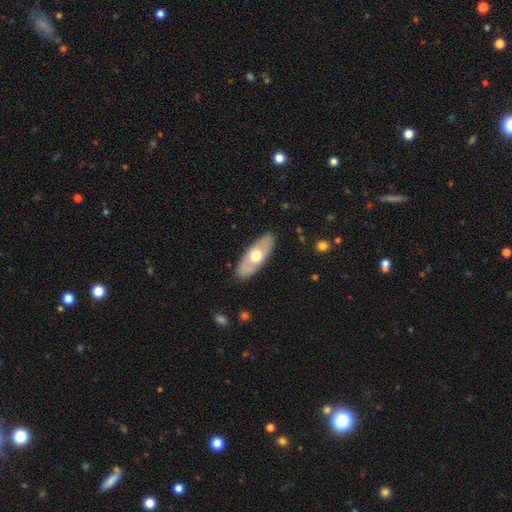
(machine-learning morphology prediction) smooth_or_featured: smooth (p=0.49) [alt: featured or disk p=0.46]
merging: none (p=0.86) [alt: minor disturbance p=0.10]